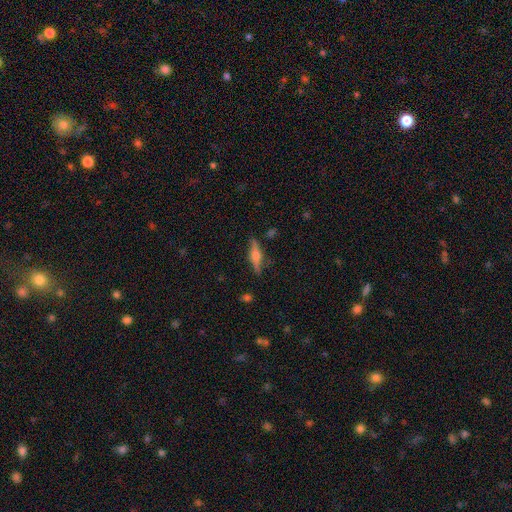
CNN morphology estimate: The model was most divided on "smooth or featured": featured or disk: 56%, smooth: 37%, star or artifact: 8%. More confident: edge-on disk — yes (95%); edge-on bulge — rounded (83%); merging — none (82%).